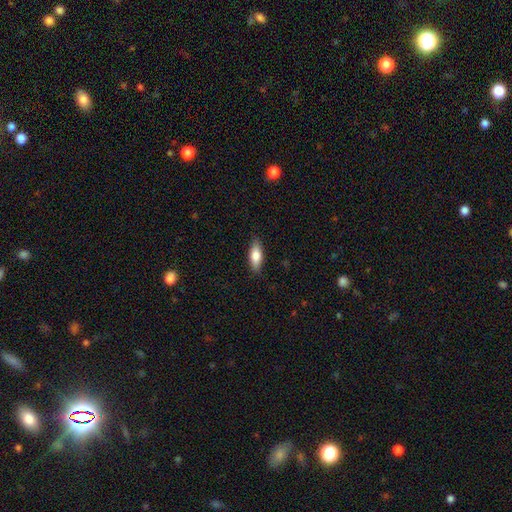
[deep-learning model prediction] Q: Smooth or featured?
A: smooth (77%); runner-up: featured or disk (16%)
Q: How rounded?
A: in between (72%); runner-up: cigar-shaped (25%)
Q: Merging?
A: none (86%); runner-up: minor disturbance (11%)